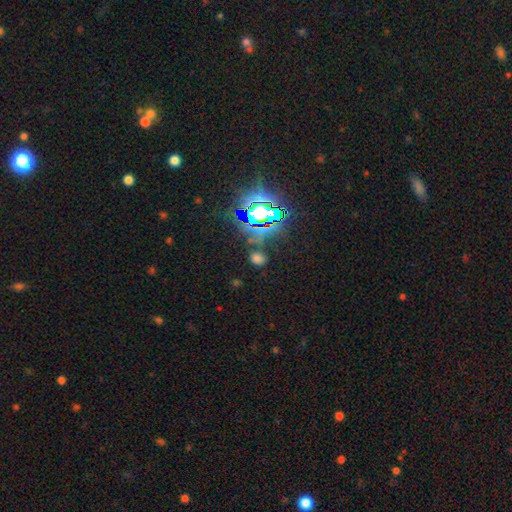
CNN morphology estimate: type=star or artifact (69%).